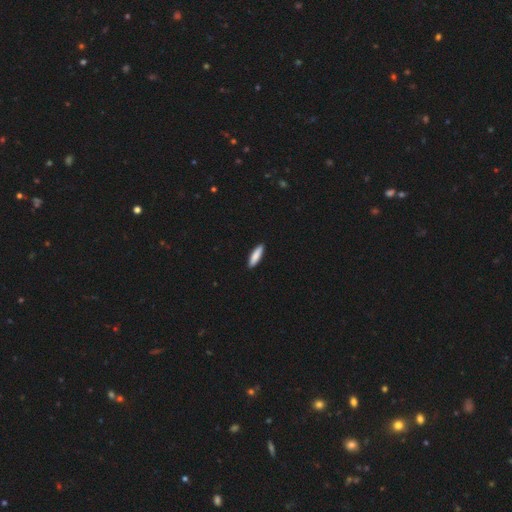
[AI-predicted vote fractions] This appears to be a smooth galaxy with no disk features (86%) that is cigar-shaped (68%). Merging: none (91%).